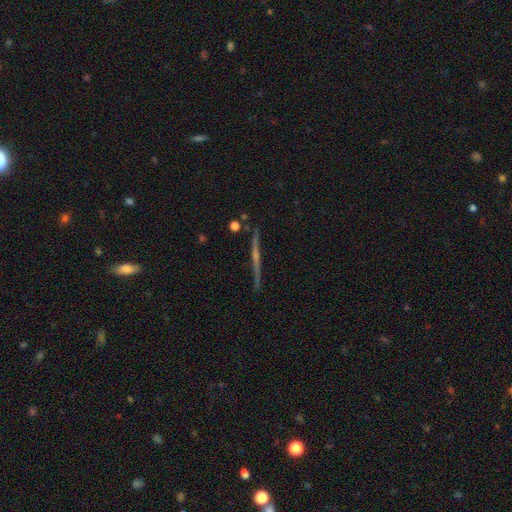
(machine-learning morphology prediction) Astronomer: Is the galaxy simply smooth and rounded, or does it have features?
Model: featured or disk — 76%.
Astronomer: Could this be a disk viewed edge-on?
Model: yes — 98%.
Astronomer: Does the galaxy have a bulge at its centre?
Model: rounded — 47% (runner-up: none, 44%).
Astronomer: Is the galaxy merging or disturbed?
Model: none — 90%.